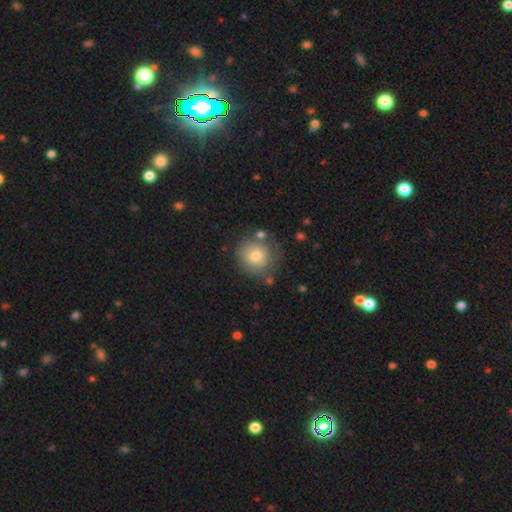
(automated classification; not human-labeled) Smooth or featured: smooth — 75% (featured or disk — 15%)
How rounded: round — 91% (in between — 8%)
Merging: none — 69% (minor disturbance — 18%)